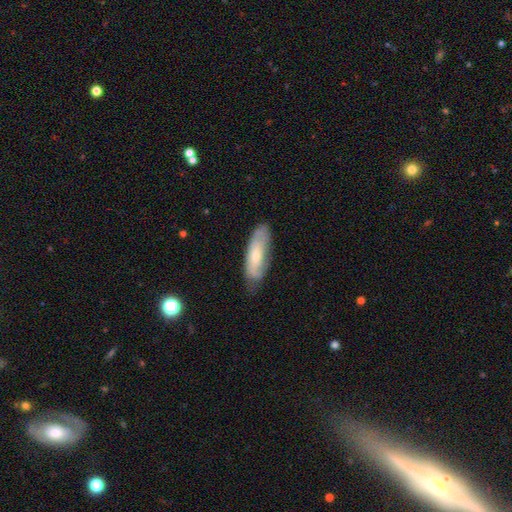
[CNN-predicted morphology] A smooth galaxy with no disk features (52%) that is in between round and cigar-shaped (62%).

Vote fractions:
- Smooth or featured? smooth: 52% / featured or disk: 41% / star or artifact: 6%
- How rounded? in between: 62% / cigar-shaped: 36% / round: 2%
- Merging? none: 65% / minor disturbance: 27% / major disturbance: 7% / merger: 2%